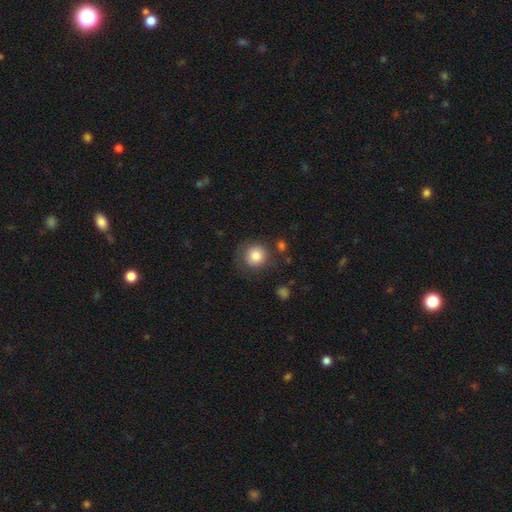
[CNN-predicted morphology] Smooth or featured? smooth (82%)
How rounded? round (90%)
Merging? none (71%)